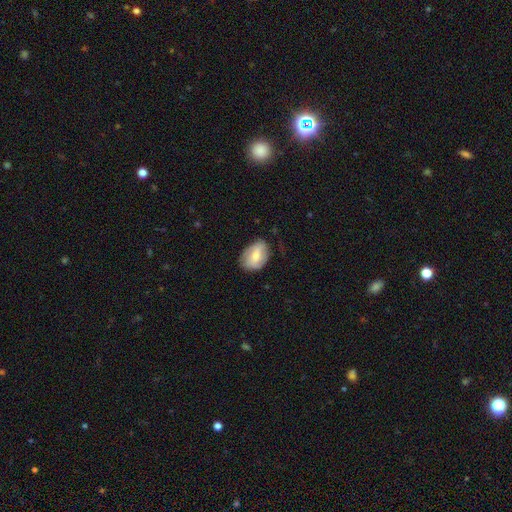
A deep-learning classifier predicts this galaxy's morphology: Q: Smooth or featured?
A: smooth (64%); runner-up: featured or disk (30%)
Q: How rounded?
A: in between (82%); runner-up: round (17%)
Q: Merging?
A: none (70%); runner-up: minor disturbance (23%)